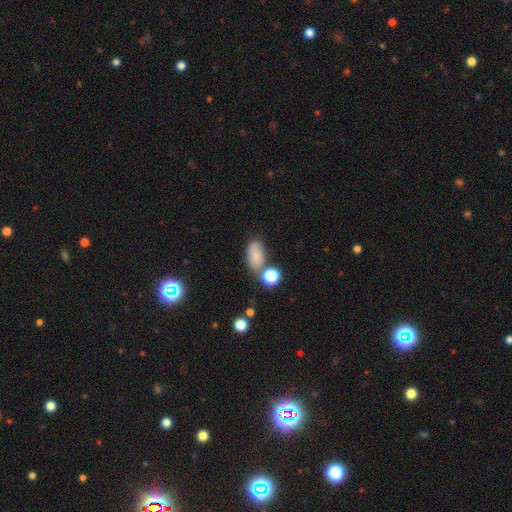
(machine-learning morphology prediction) smooth-or-featured: smooth: 76% | star or artifact: 12% | featured or disk: 12%
  how-rounded: in between: 86% | round: 11% | cigar-shaped: 3%
  merging: none: 59% | minor disturbance: 18% | merger: 17% | major disturbance: 6%